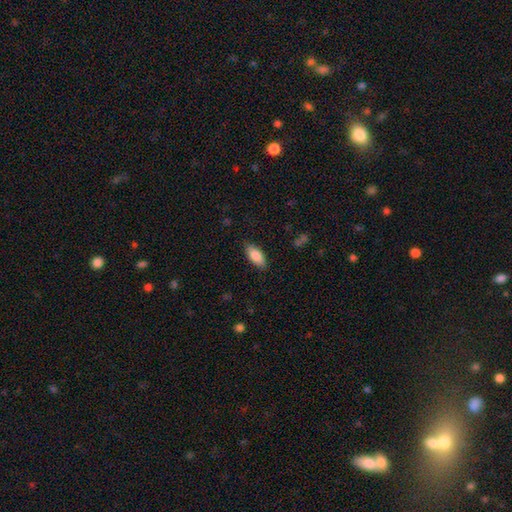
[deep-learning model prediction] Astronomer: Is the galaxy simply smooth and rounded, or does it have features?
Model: smooth — 85%.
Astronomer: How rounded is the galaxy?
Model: in between — 86%.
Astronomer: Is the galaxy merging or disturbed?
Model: none — 85%.